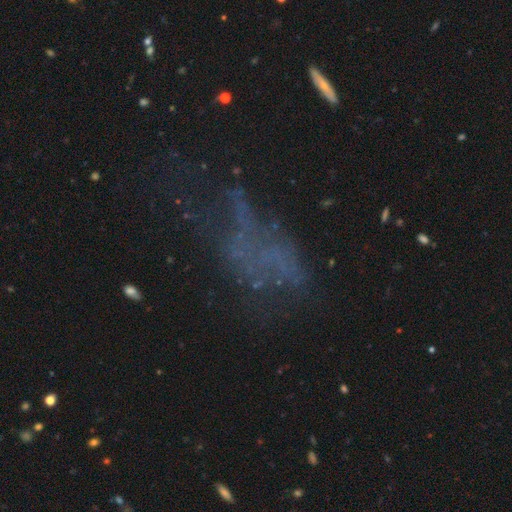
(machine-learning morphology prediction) A featured or disk galaxy (38%).

Vote fractions:
- Smooth or featured? featured or disk: 38% / star or artifact: 36% / smooth: 26%
- Merging? major disturbance: 42% / none: 35% / minor disturbance: 16% / merger: 7%